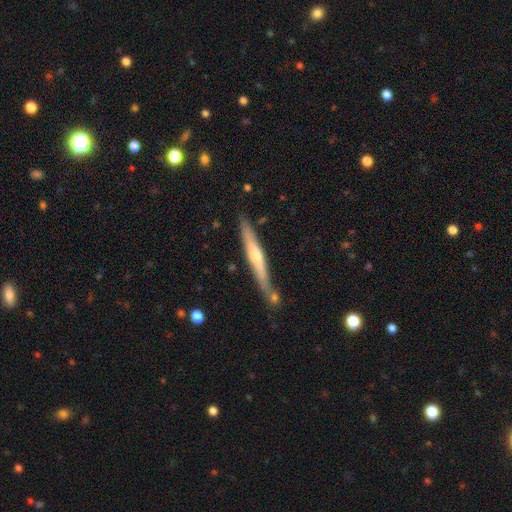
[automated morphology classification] A featured or disk galaxy (62%) viewed edge-on (94%) with a rounded central bulge (73%). Merging: none (74%).